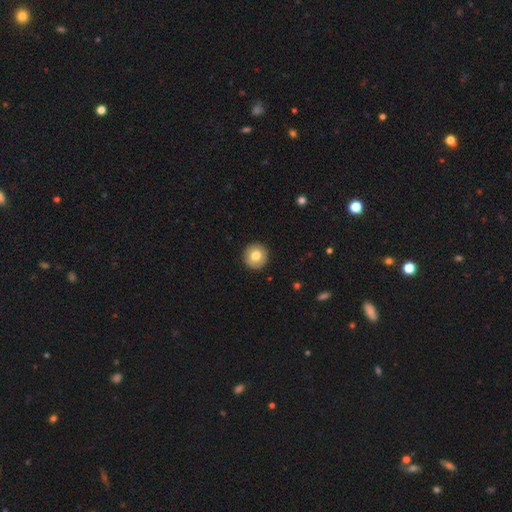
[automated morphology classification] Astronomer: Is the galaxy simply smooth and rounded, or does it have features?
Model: smooth — 77%.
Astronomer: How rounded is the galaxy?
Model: round — 95%.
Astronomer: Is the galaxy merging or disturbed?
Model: none — 93%.